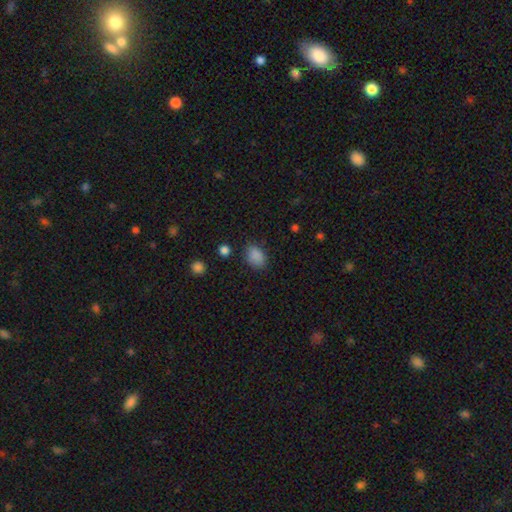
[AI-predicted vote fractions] Smooth or featured? Predicted: smooth (p=0.86). How rounded? Predicted: in between (p=0.72). Merging? Predicted: none (p=0.77).